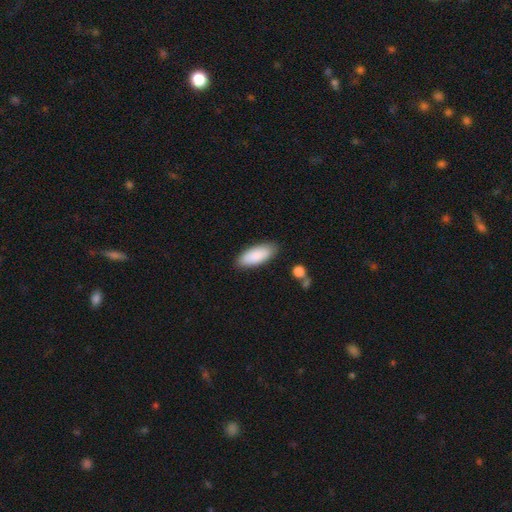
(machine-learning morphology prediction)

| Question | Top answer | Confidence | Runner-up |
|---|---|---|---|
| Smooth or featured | smooth | 89% | featured or disk (6%) |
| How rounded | in between | 79% | cigar-shaped (19%) |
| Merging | none | 86% | minor disturbance (10%) |